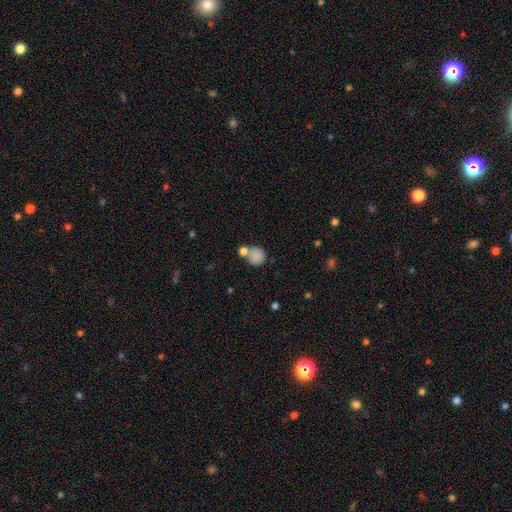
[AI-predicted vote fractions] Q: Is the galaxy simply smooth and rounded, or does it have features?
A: smooth — 83%.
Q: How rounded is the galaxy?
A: round — 85%.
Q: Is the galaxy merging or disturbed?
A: none — 55%.